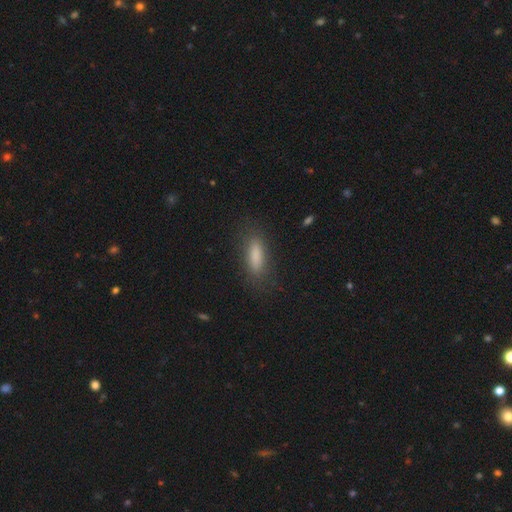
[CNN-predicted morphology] Smooth or featured?
  - smooth: 82% *
  - featured or disk: 9%
  - star or artifact: 9%
How rounded?
  - in between: 54% *
  - cigar-shaped: 44%
  - round: 2%
Merging?
  - none: 81% *
  - minor disturbance: 13%
  - major disturbance: 5%
  - merger: 1%